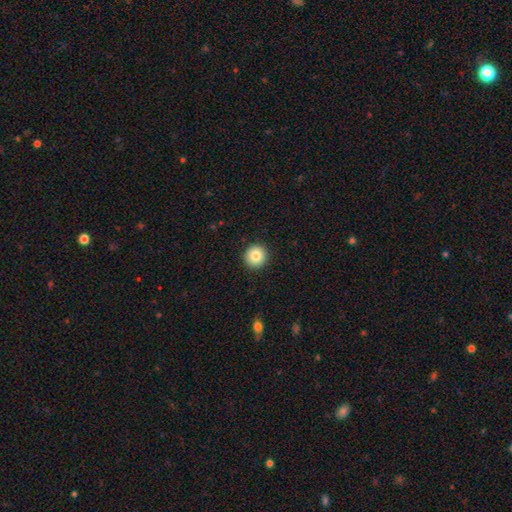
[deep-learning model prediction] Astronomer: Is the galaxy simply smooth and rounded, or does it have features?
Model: smooth — 84%.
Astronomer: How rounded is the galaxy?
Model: round — 95%.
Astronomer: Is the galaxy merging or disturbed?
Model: none — 93%.